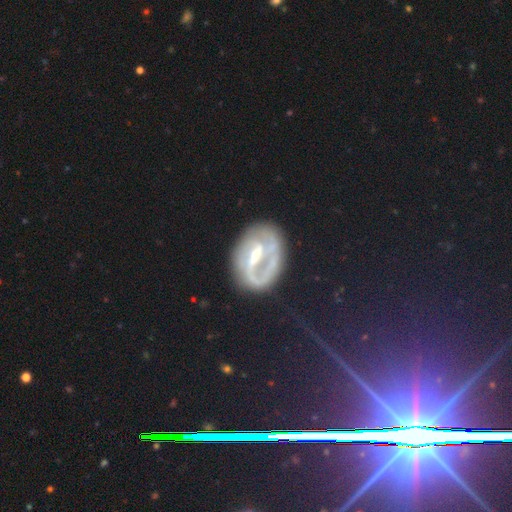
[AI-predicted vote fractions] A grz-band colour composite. It shows a featured or disk galaxy (77%) with a strong bar (49%), 2 (42%) tight (40%) spiral arms (79%) and a small central bulge (44%). Merging: none (57%).